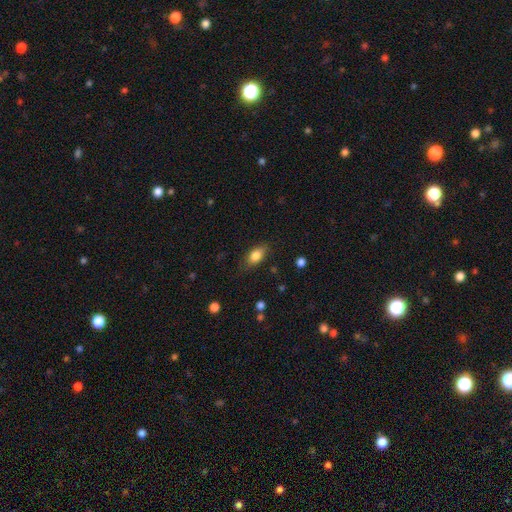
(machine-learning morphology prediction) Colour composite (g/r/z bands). It shows a smooth galaxy with no disk features (83%) that is in between round and cigar-shaped (85%). Merging: none (78%).